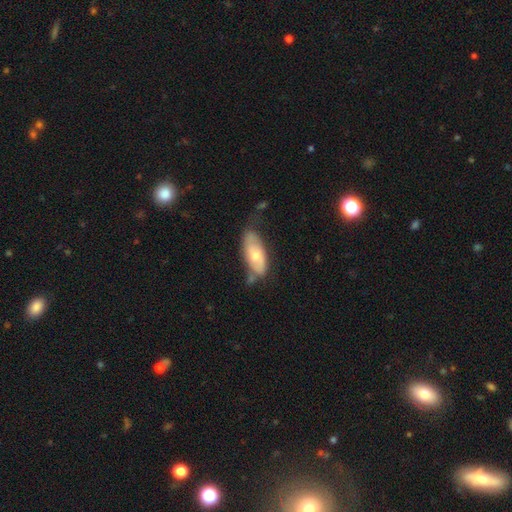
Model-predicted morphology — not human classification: Smooth or featured? Predicted: smooth (p=0.53). How rounded? Predicted: in between (p=0.83). Merging? Predicted: none (p=0.49).